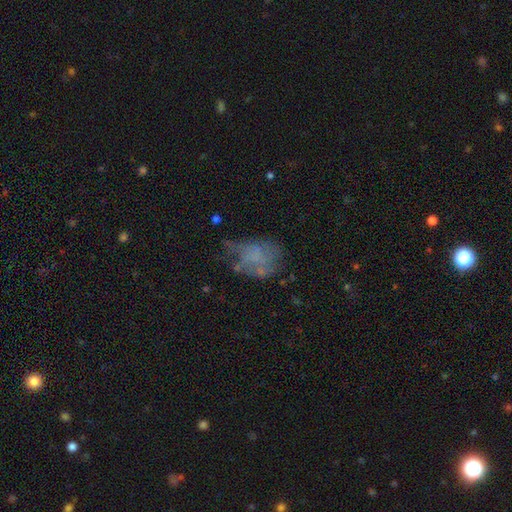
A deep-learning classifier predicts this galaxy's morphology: Overall: featured or disk (43%, tied with smooth). Merging: none (35%; major disturbance 31%).